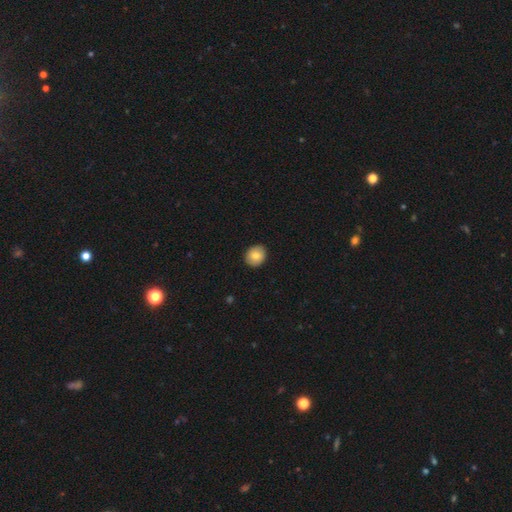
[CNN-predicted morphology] smooth-or-featured: smooth: 79% | featured or disk: 13% | star or artifact: 8%
  how-rounded: round: 78% | in between: 21% | cigar-shaped: 1%
  merging: none: 90% | minor disturbance: 7% | major disturbance: 2% | merger: 1%